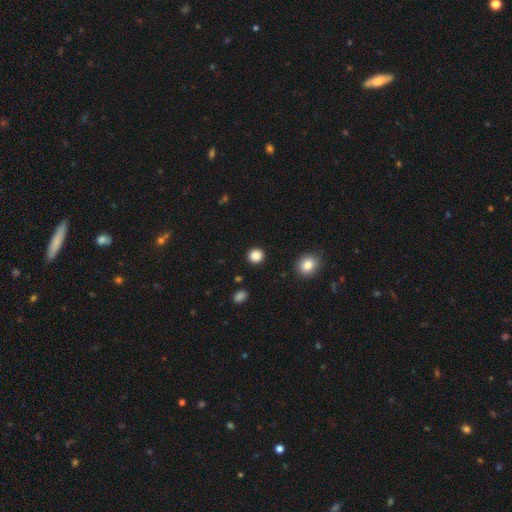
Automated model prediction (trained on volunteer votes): A smooth galaxy with no disk features (87%) that is round (92%).

Vote fractions:
- Smooth or featured? smooth: 87% / star or artifact: 10% / featured or disk: 3%
- How rounded? round: 92% / in between: 7% / cigar-shaped: 1%
- Merging? none: 91% / minor disturbance: 5% / major disturbance: 2% / merger: 2%